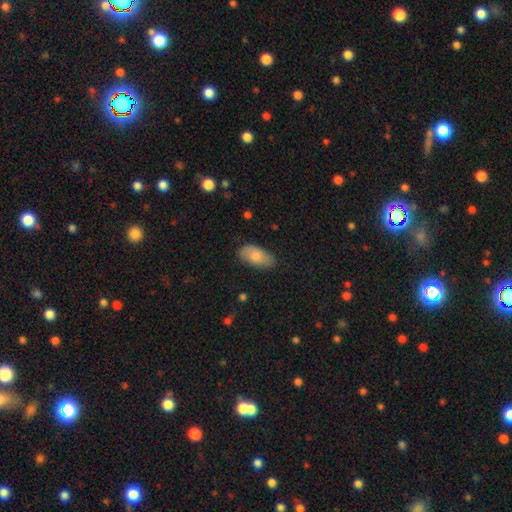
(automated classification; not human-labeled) smooth_or_featured: smooth (p=0.80) [alt: featured or disk p=0.14]
how_rounded: in between (p=0.94) [alt: round p=0.03]
merging: none (p=0.76) [alt: minor disturbance p=0.19]